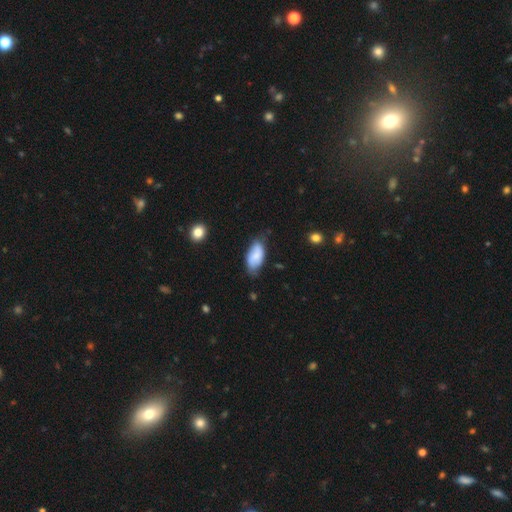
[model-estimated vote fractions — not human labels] Overall: smooth (70%). How rounded: in between (93%). Merging: none (60%; minor disturbance 31%).